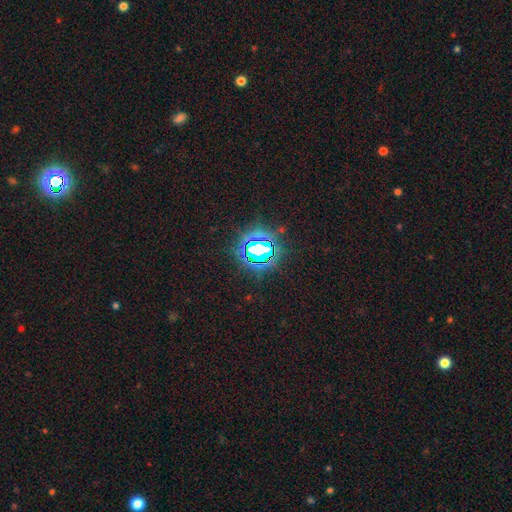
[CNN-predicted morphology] type=star or artifact (81%).